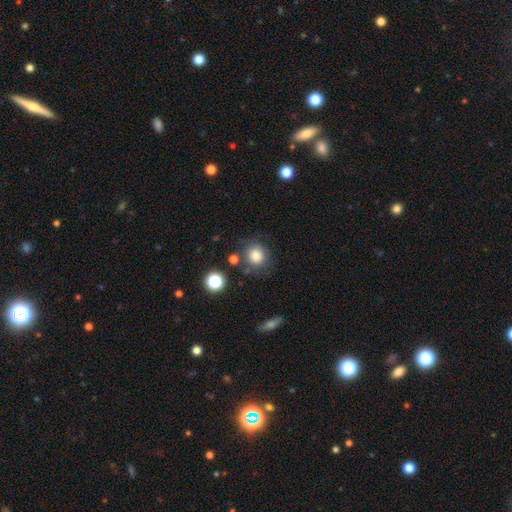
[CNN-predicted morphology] smooth 81%, star or artifact 11%, featured or disk 8%. Down the decision tree: how rounded — round (83%); merging — none (74%).